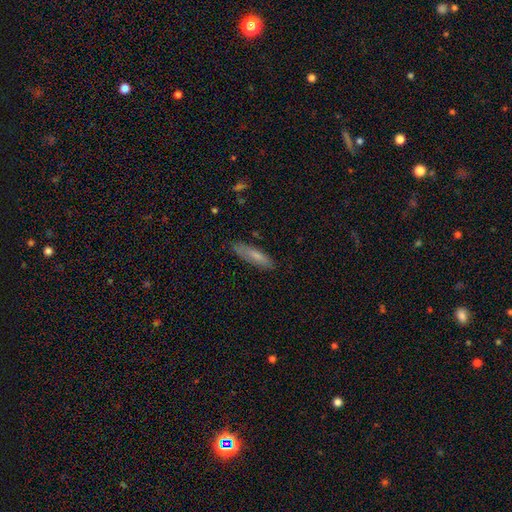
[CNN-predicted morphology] Smooth or featured? Predicted: smooth (p=0.71). How rounded? Predicted: cigar-shaped (p=0.71). Merging? Predicted: none (p=0.80).